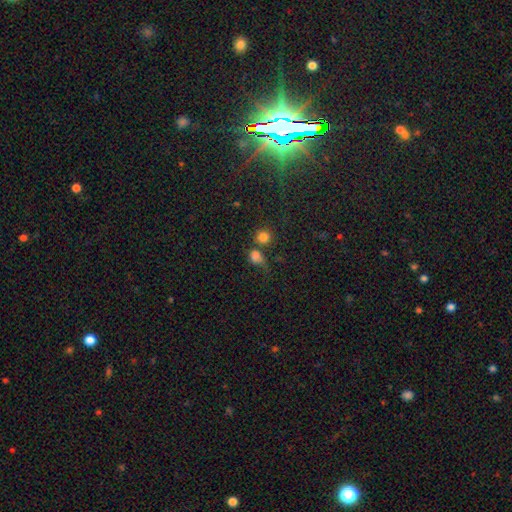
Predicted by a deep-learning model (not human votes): This appears to be a smooth galaxy with no disk features (77%) that is round (62%). Merging: none (37%).